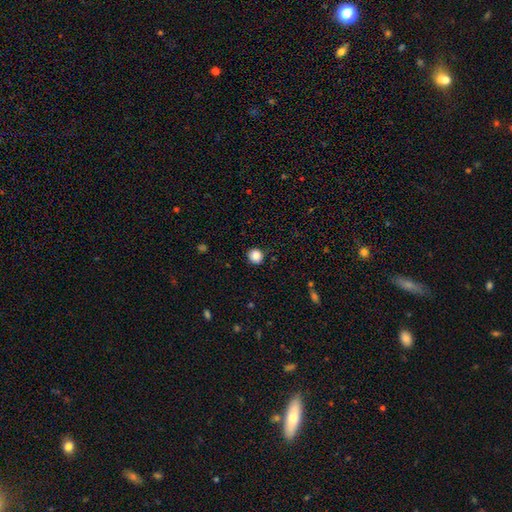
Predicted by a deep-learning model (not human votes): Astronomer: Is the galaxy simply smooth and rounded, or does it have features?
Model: smooth — 87%.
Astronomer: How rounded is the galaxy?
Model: round — 88%.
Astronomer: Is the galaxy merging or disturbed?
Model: none — 89%.